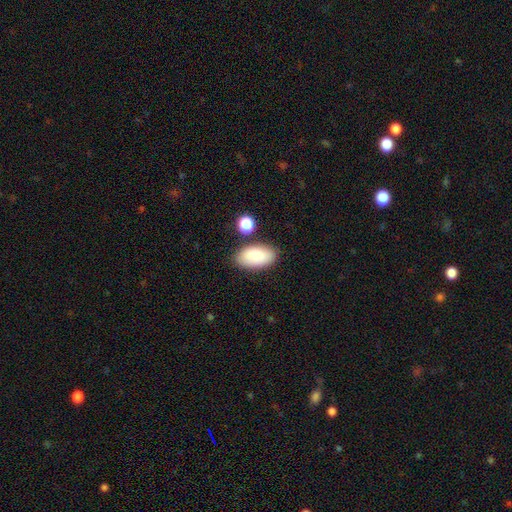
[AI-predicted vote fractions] A smooth galaxy with no disk features (83%) that is in between round and cigar-shaped (95%). Merging: none (79%).